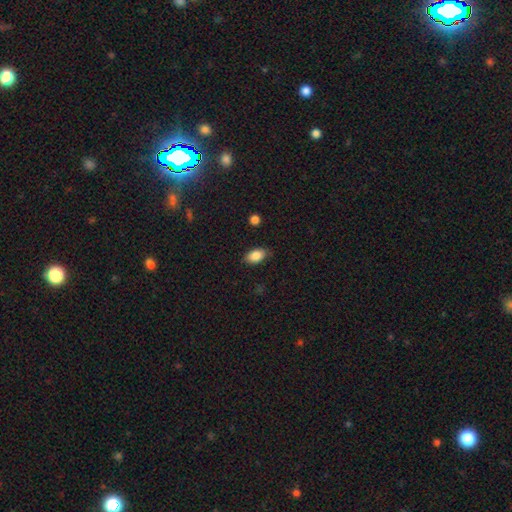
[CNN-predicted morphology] smooth 86%, star or artifact 8%, featured or disk 6%. Down the decision tree: how rounded — in between (91%); merging — none (82%).